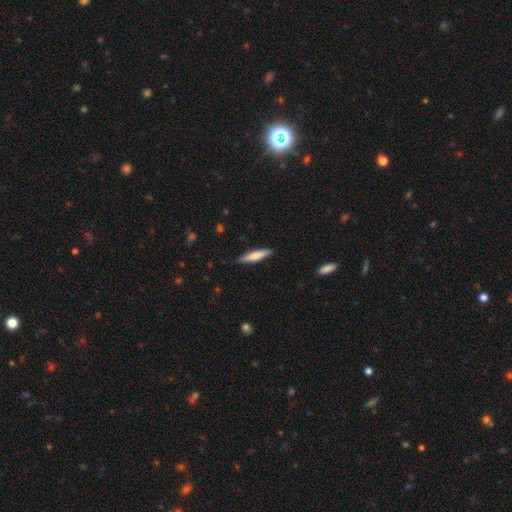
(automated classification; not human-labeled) The model was most divided on "smooth or featured": smooth: 71%, featured or disk: 24%, star or artifact: 6%. More confident: merging — none (88%); how rounded — cigar-shaped (83%).